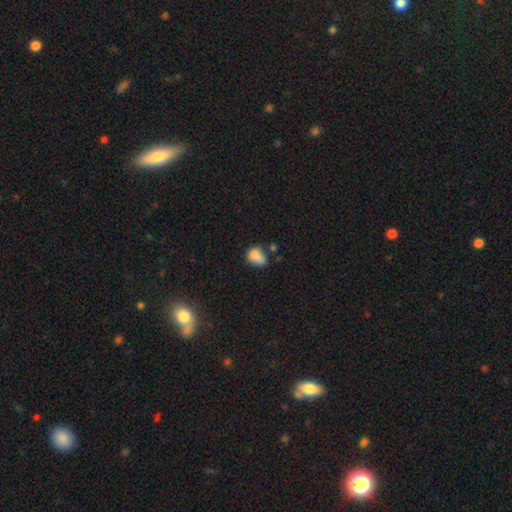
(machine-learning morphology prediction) Smooth or featured? Predicted: smooth (p=0.82). How rounded? Predicted: in between (p=0.70). Merging? Predicted: none (p=0.45).